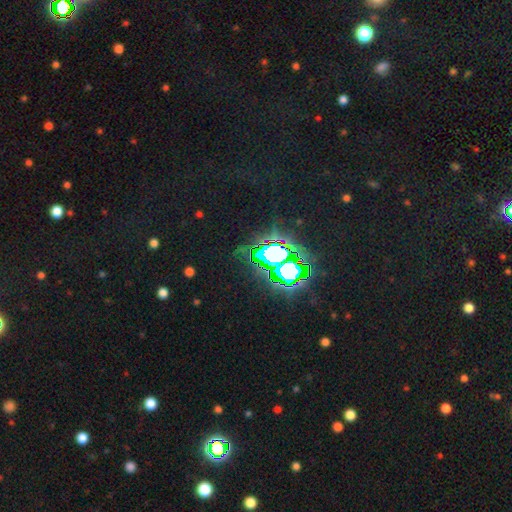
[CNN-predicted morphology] type=star or artifact (80%).